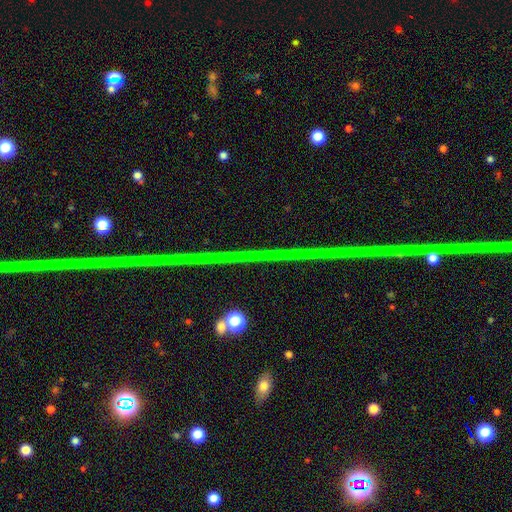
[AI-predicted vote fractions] Overall: star or artifact (82%).